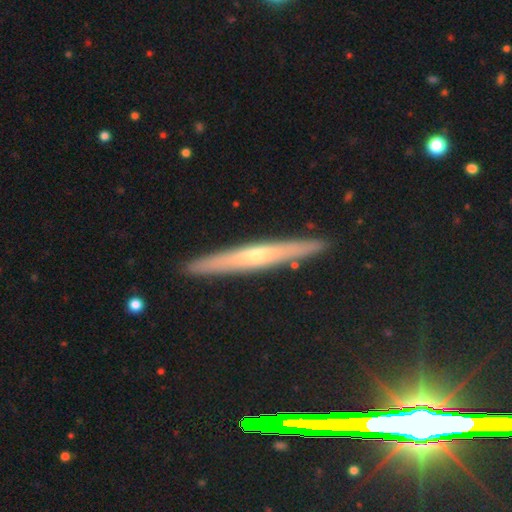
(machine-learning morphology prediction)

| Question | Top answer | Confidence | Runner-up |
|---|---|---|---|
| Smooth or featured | featured or disk | 62% | smooth (29%) |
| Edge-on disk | yes | 93% | no (7%) |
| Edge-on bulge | rounded | 58% | none (37%) |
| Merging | none | 90% | minor disturbance (7%) |